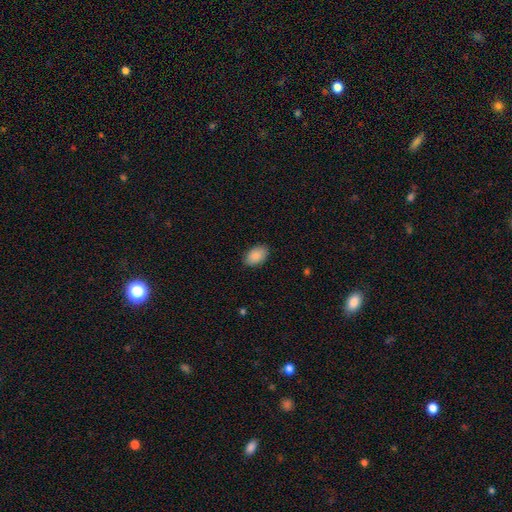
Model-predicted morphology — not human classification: This is clearly a smooth galaxy (89%). How rounded: clearly in between (92%). Merging: clearly none (86%).